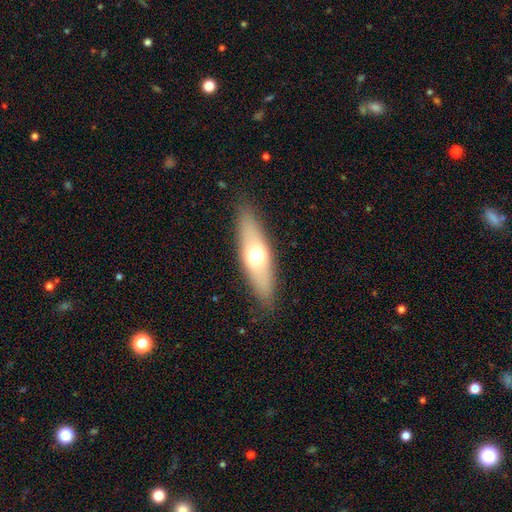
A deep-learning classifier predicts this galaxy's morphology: type=smooth (57%); roundness=cigar-shaped (52%); merging=none (87%).